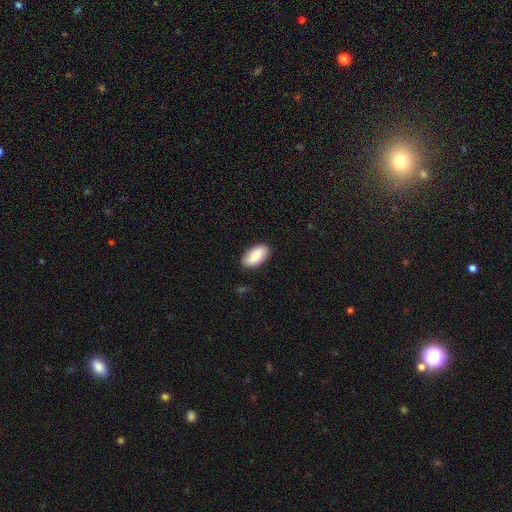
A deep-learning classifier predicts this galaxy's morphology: Overall: smooth (83%). How rounded: in between (94%). Merging: none (88%).